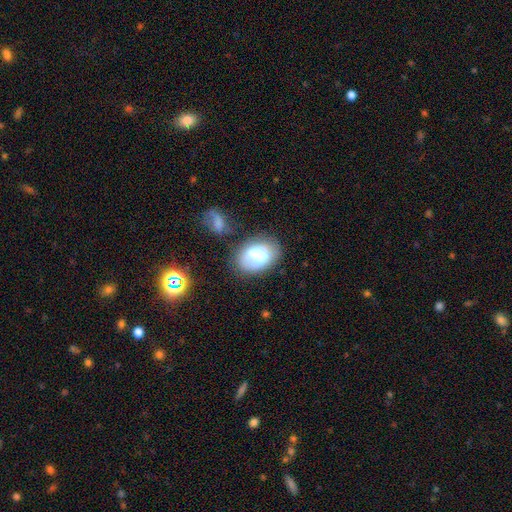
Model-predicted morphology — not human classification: Q: Smooth or featured?
A: smooth (67%); runner-up: featured or disk (24%)
Q: How rounded?
A: in between (81%); runner-up: round (18%)
Q: Merging?
A: none (51%); runner-up: minor disturbance (23%)